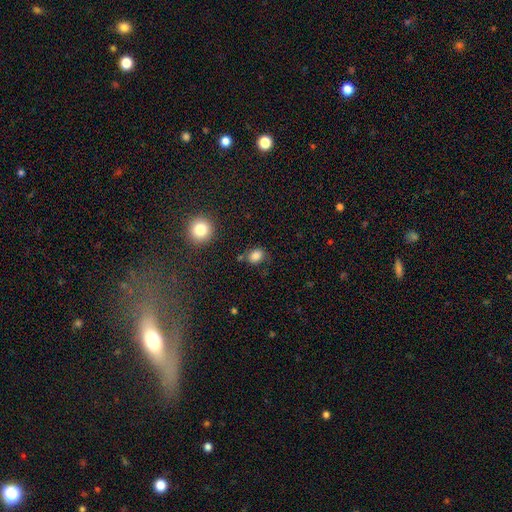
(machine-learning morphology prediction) A smooth galaxy with no disk features (83%) that is in between round and cigar-shaped (52%).

Vote fractions:
- Smooth or featured? smooth: 83% / star or artifact: 11% / featured or disk: 5%
- How rounded? in between: 52% / round: 47% / cigar-shaped: 1%
- Merging? none: 72% / minor disturbance: 16% / merger: 6% / major disturbance: 5%